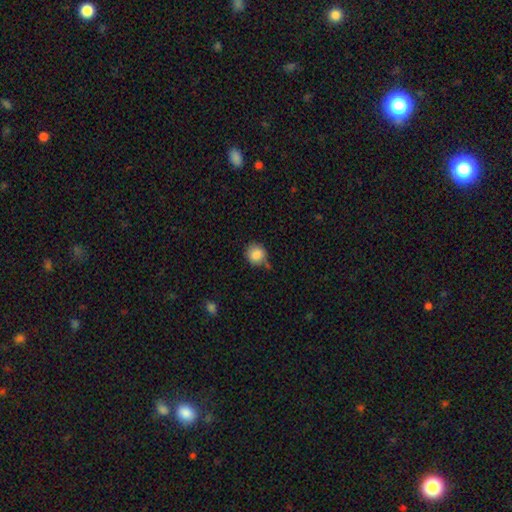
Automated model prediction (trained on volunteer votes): Smooth or featured: smooth — 86% (star or artifact — 9%)
How rounded: round — 87% (in between — 12%)
Merging: none — 71% (minor disturbance — 19%)